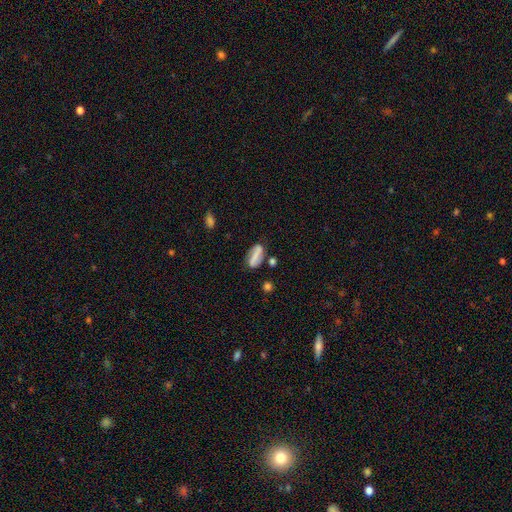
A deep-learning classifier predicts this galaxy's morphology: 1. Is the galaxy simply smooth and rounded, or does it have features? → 55% smooth, 35% featured or disk, 10% star or artifact.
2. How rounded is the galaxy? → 73% in between, 22% cigar-shaped, 6% round.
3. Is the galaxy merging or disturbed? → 67% none, 19% minor disturbance, 7% merger, 6% major disturbance.